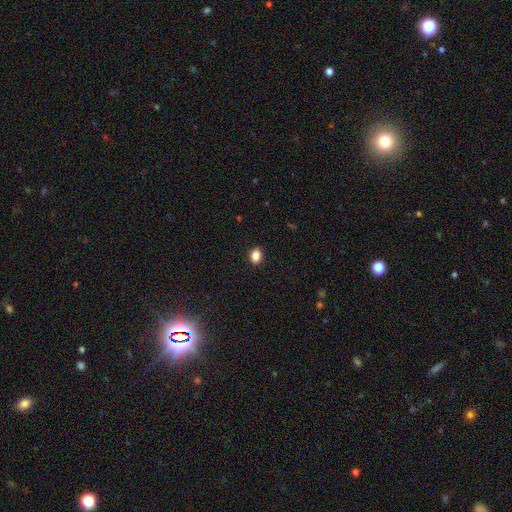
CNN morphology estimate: smooth-or-featured: smooth: 86% | star or artifact: 10% | featured or disk: 4%
  how-rounded: in between: 69% | round: 30% | cigar-shaped: 1%
  merging: none: 90% | minor disturbance: 7% | major disturbance: 2% | merger: 1%